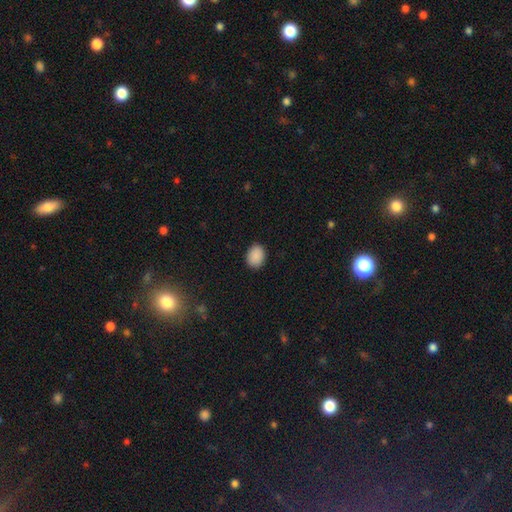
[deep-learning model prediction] The model was most divided on "how rounded": in between: 57%, round: 42%, cigar-shaped: 1%. More confident: smooth or featured — smooth (90%); merging — none (89%).